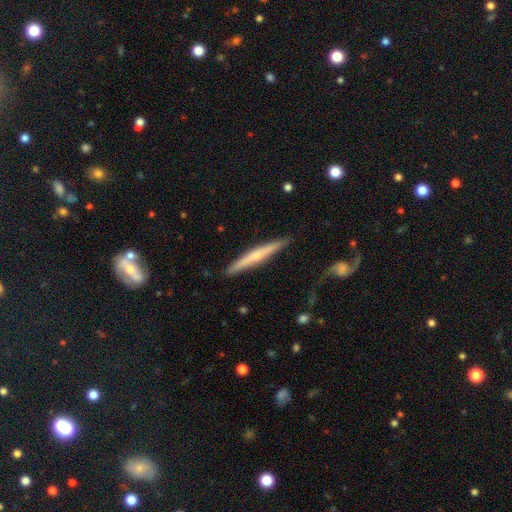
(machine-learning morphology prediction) The model was most divided on "smooth or featured": featured or disk: 60%, smooth: 35%, star or artifact: 5%. More confident: edge-on disk — yes (95%); merging — none (87%); edge-on bulge — rounded (68%).